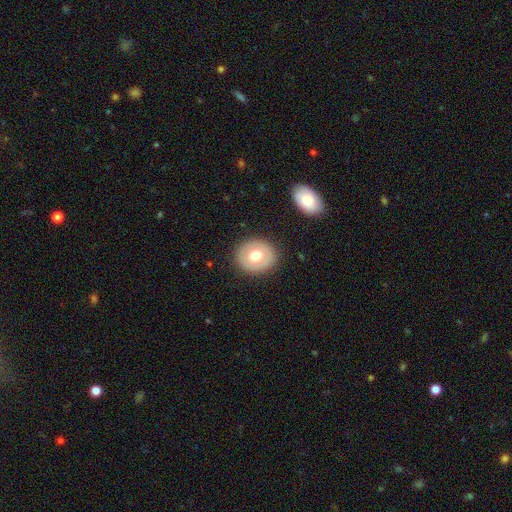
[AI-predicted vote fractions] smooth_or_featured: smooth (p=0.64) [alt: featured or disk p=0.28]
how_rounded: round (p=0.74) [alt: in between p=0.25]
merging: none (p=0.89) [alt: minor disturbance p=0.07]